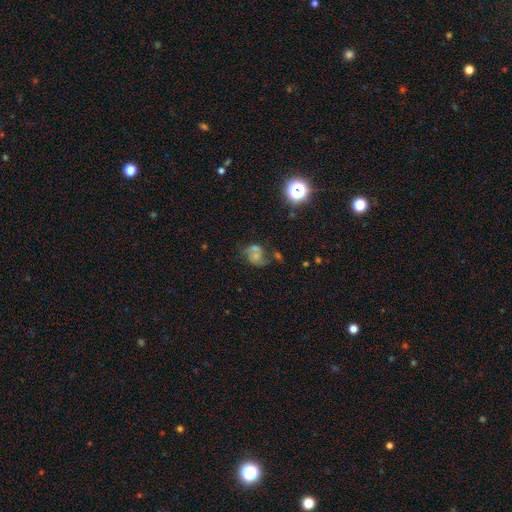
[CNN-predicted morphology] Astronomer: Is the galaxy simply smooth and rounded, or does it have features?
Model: featured or disk — 45% (runner-up: smooth, 37%).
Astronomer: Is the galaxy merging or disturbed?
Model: none — 33% (runner-up: merger, 30%).